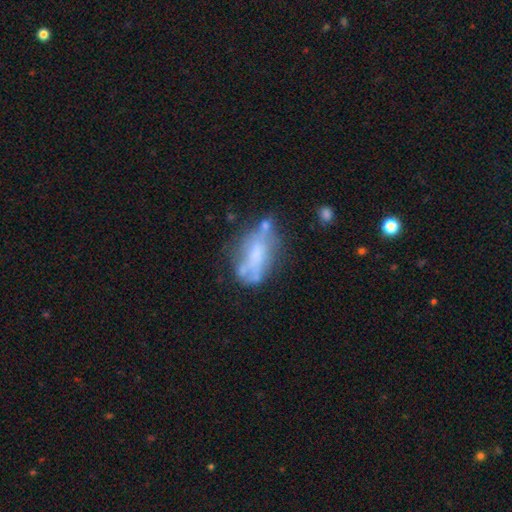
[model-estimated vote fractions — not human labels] This appears to be a featured or disk galaxy (49%). Merging: none (37%).